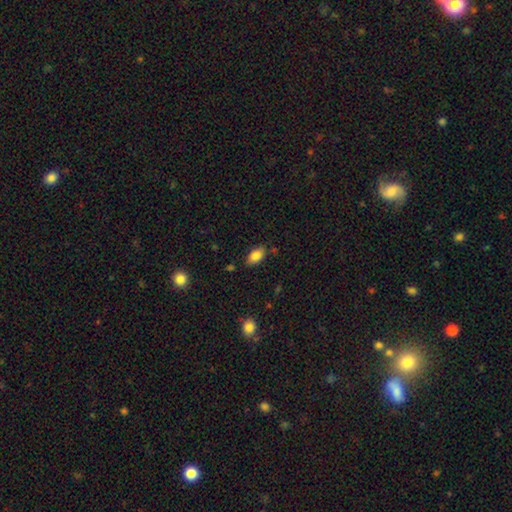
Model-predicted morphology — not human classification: This appears to be a smooth galaxy with no disk features (84%) that is in between round and cigar-shaped (91%). Merging: none (81%).